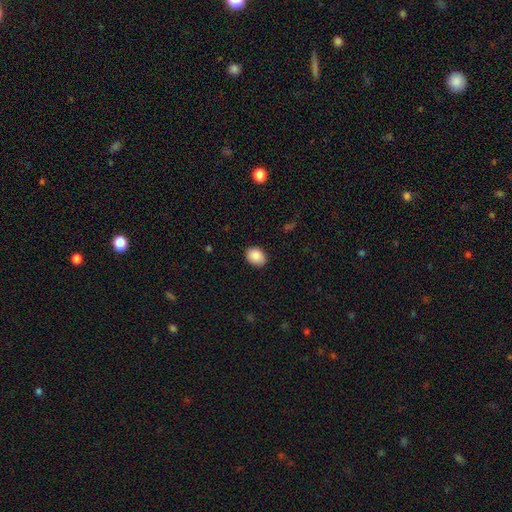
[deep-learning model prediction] Morphology: type=smooth (89%); roundness=in between (62%); merging=none (87%).